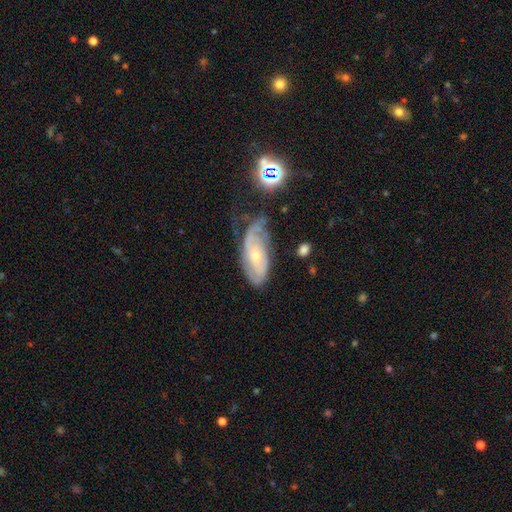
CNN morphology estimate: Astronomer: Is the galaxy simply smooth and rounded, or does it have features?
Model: featured or disk — 72%.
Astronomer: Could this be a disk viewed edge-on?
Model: no — 92%.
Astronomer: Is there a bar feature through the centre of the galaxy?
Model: no — 67%.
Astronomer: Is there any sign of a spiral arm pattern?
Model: yes — 86%.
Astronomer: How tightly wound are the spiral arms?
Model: tight — 53% (runner-up: medium, 33%).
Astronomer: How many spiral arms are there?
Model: can't tell — 43% (runner-up: 2, 35%).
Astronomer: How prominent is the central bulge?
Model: small — 63%.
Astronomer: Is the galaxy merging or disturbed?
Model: none — 43% (runner-up: minor disturbance, 32%).